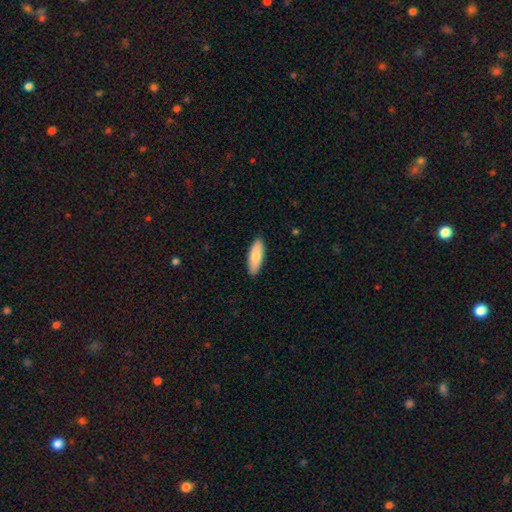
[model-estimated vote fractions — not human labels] This is clearly a smooth galaxy (84%). How rounded: likely in between (65%). Merging: clearly none (90%).